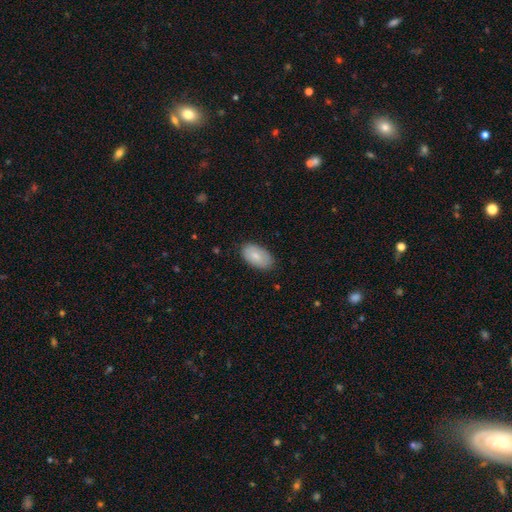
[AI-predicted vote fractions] The model was most divided on "smooth or featured": smooth: 80%, featured or disk: 14%, star or artifact: 6%. More confident: how rounded — in between (95%); merging — none (82%).